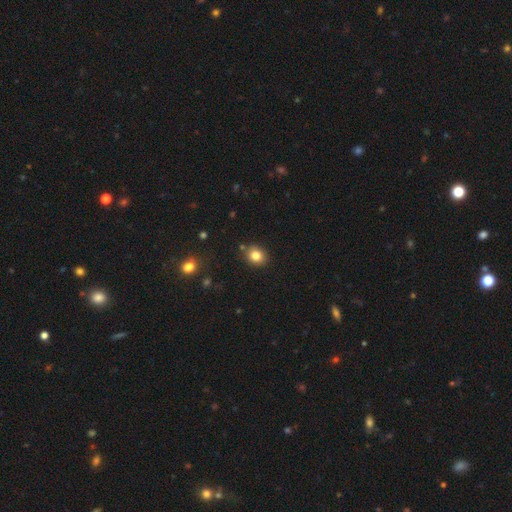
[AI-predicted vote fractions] Smooth or featured: smooth — 81% (star or artifact — 11%)
How rounded: round — 68% (in between — 31%)
Merging: none — 84% (minor disturbance — 10%)